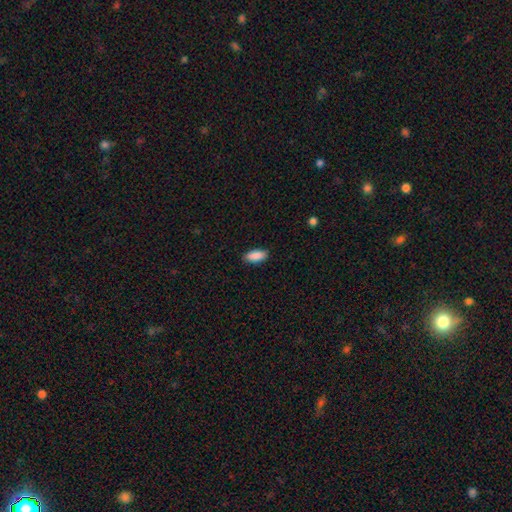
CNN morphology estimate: Overall: smooth (90%). How rounded: in between (88%). Merging: none (88%).